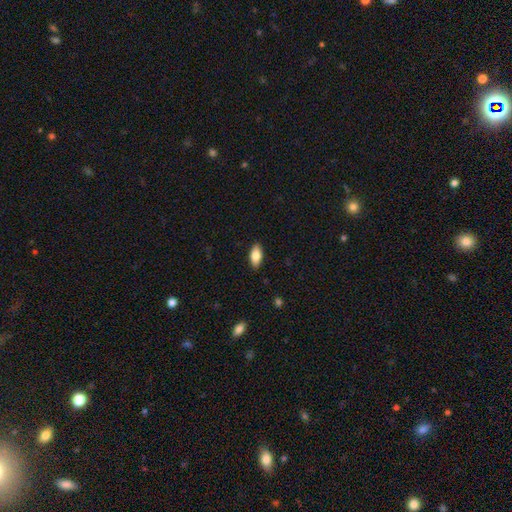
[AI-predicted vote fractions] Q: Smooth or featured?
A: smooth (77%); runner-up: featured or disk (16%)
Q: How rounded?
A: in between (88%); runner-up: cigar-shaped (10%)
Q: Merging?
A: none (89%); runner-up: minor disturbance (9%)